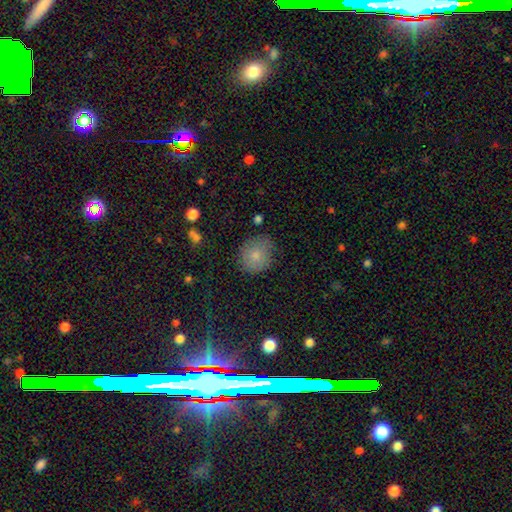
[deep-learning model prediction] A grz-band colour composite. It shows a smooth galaxy with no disk features (80%) that is round (71%). Merging: none (76%).